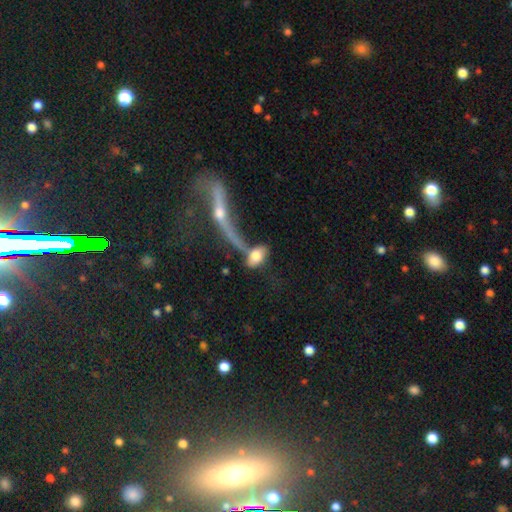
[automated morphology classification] type=smooth (64%); roundness=in between (81%); merging=merger (42%).